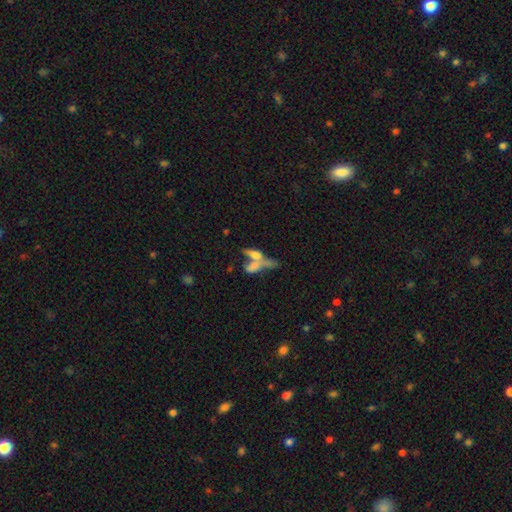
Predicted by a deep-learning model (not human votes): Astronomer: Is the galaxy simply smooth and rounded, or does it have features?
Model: smooth — 50% (runner-up: featured or disk, 39%).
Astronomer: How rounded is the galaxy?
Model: in between — 50% (runner-up: cigar-shaped, 43%).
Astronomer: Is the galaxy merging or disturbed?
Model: merger — 58%.